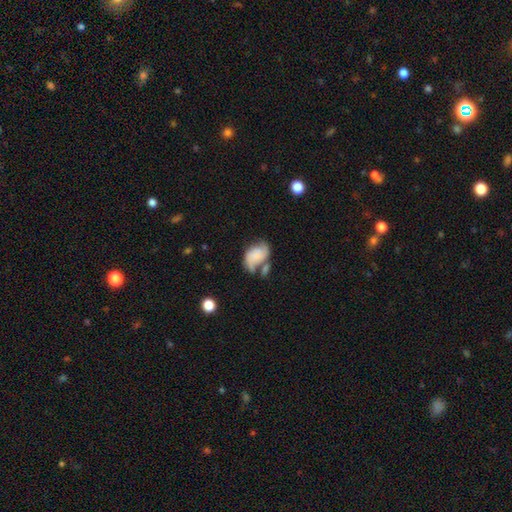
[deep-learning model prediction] featured or disk 50%, smooth 41%, star or artifact 9%. Down the decision tree: merging — none (33%).